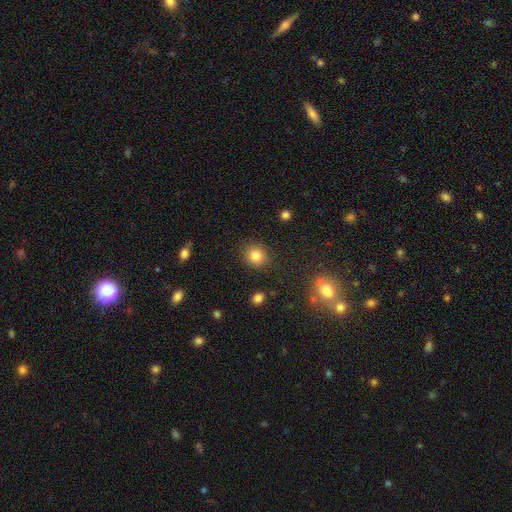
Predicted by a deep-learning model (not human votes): The model was most divided on "how rounded": round: 85%, in between: 14%, cigar-shaped: 1%. More confident: merging — none (89%); smooth or featured — smooth (83%).